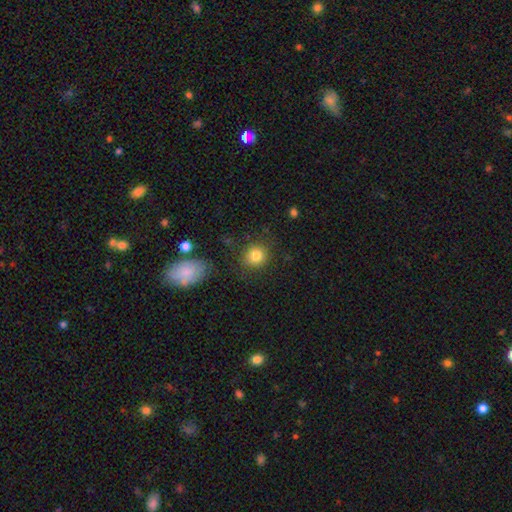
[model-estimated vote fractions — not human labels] Morphology: type=smooth (84%); roundness=round (83%); merging=none (83%).